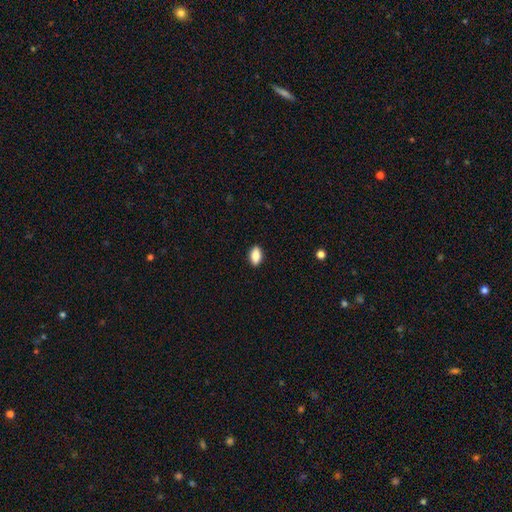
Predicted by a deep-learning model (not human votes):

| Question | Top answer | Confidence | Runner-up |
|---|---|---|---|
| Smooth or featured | smooth | 88% | star or artifact (7%) |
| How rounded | in between | 91% | round (4%) |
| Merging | none | 90% | minor disturbance (7%) |